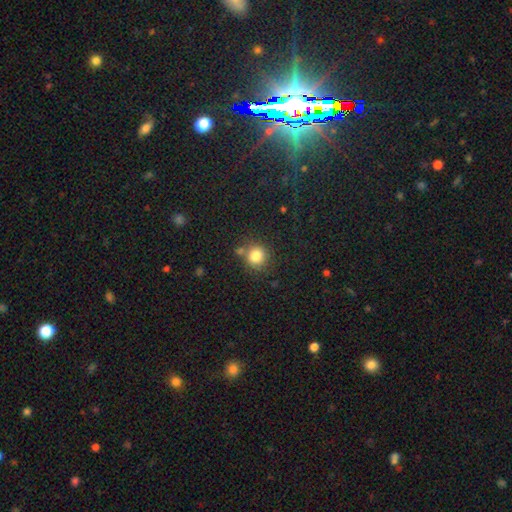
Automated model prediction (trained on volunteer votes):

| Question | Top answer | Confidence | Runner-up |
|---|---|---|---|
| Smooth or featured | smooth | 82% | star or artifact (12%) |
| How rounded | round | 89% | in between (10%) |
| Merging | none | 71% | merger (14%) |